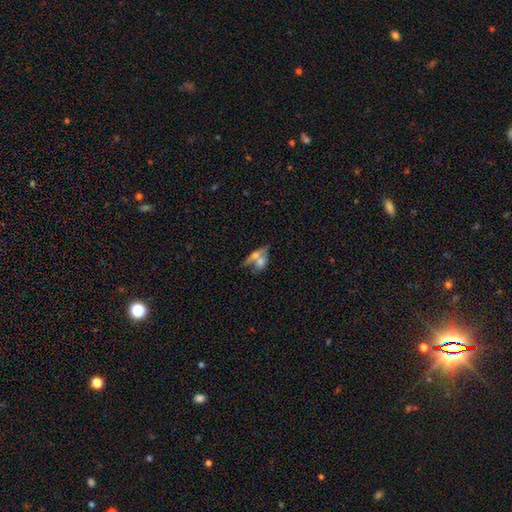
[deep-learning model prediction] smooth-or-featured: smooth: 54% | featured or disk: 38% | star or artifact: 9%
  how-rounded: in between: 71% | round: 18% | cigar-shaped: 12%
  merging: merger: 61% | none: 22% | minor disturbance: 9% | major disturbance: 8%